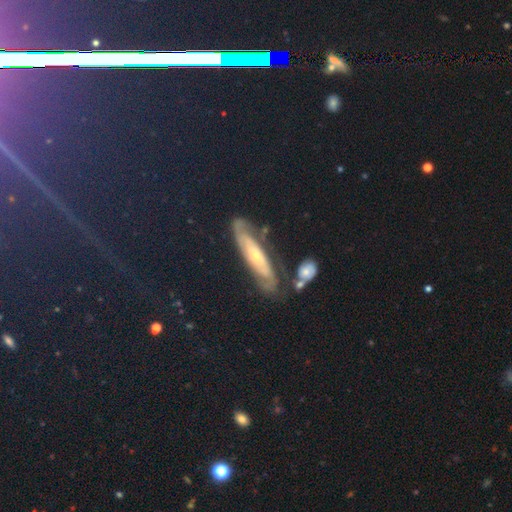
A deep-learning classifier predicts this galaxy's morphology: Overall: featured or disk (45%; smooth 29%). Merging: none (69%).